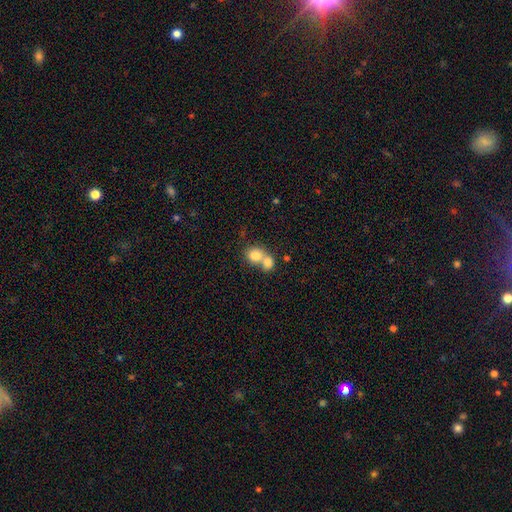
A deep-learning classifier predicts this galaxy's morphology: smooth 79%, featured or disk 12%, star or artifact 9%. Down the decision tree: how rounded — round (72%); merging — merger (67%).